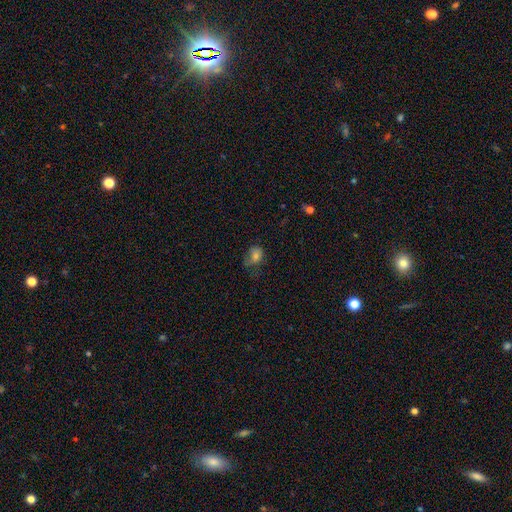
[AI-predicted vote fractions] smooth 74%, star or artifact 13%, featured or disk 13%. Down the decision tree: how rounded — in between (62%); merging — none (48%).